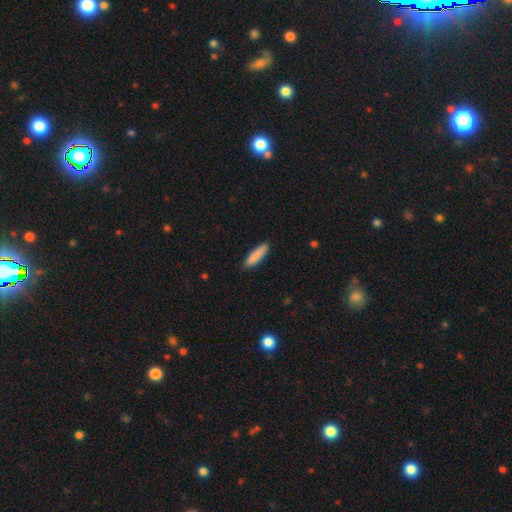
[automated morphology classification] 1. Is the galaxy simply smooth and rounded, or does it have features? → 87% smooth, 7% featured or disk, 6% star or artifact.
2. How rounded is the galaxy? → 73% cigar-shaped, 25% in between, 1% round.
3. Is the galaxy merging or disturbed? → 86% none, 11% minor disturbance, 2% major disturbance, 1% merger.